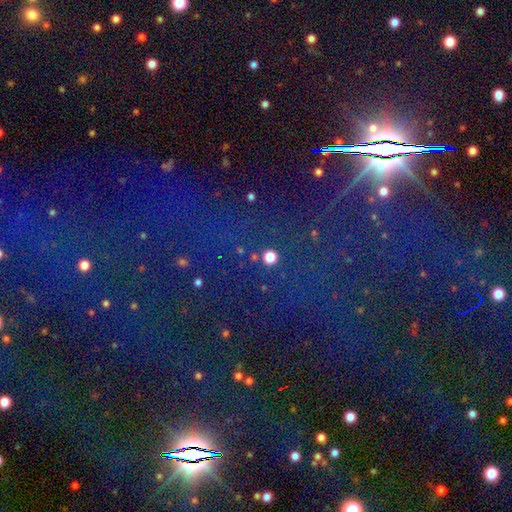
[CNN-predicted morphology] Smooth or featured? Predicted: star or artifact (p=0.82).